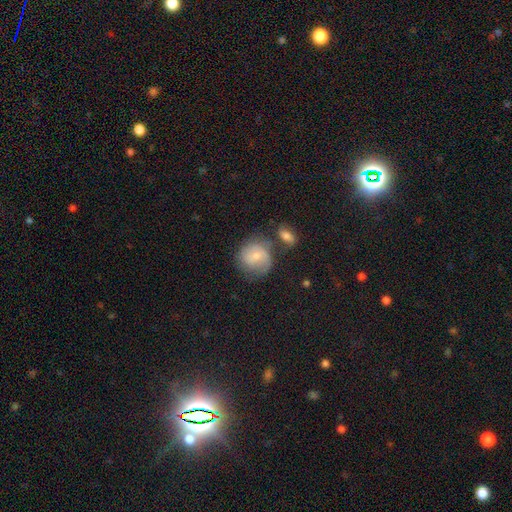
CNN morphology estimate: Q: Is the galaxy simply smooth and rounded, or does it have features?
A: smooth — 59%.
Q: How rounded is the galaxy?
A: round — 80%.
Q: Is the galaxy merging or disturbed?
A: none — 50%.